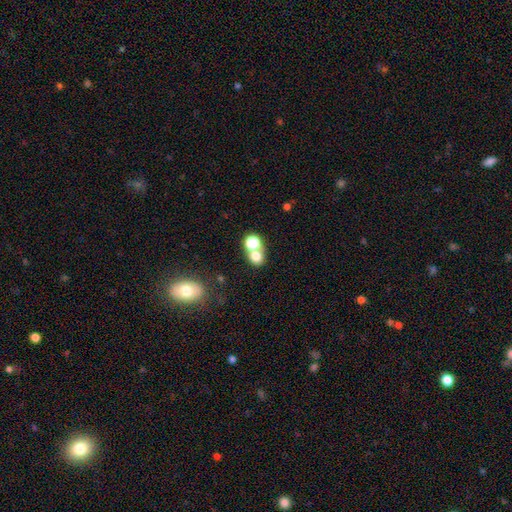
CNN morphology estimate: Smooth or featured? Predicted: smooth (p=0.71). How rounded? Predicted: round (p=0.72). Merging? Predicted: none (p=0.45).